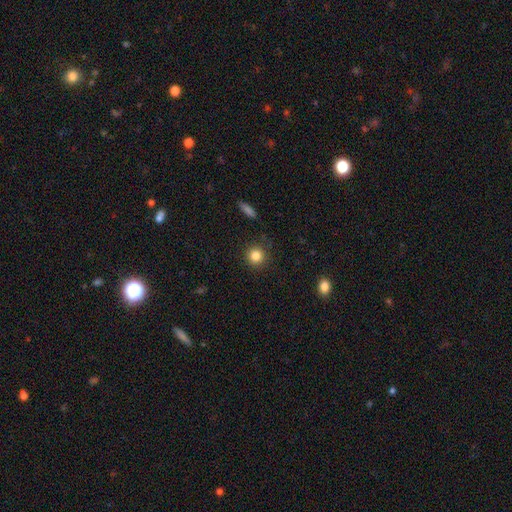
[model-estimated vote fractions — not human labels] The model was most divided on "smooth or featured": smooth: 83%, star or artifact: 11%, featured or disk: 6%. More confident: how rounded — round (93%); merging — none (88%).